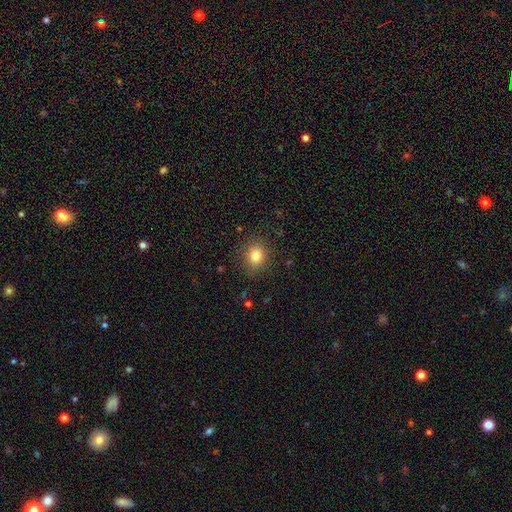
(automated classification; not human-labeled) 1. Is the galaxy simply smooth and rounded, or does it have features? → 81% smooth, 12% star or artifact, 7% featured or disk.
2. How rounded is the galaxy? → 66% round, 33% in between, 1% cigar-shaped.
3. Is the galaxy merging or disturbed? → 86% none, 9% minor disturbance, 3% major disturbance, 1% merger.